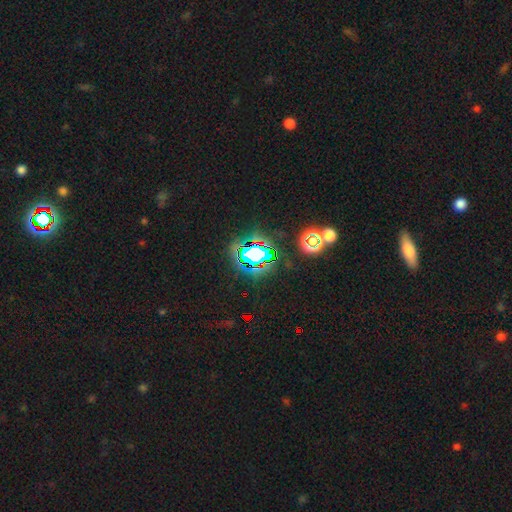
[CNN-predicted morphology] Smooth or featured? Predicted: star or artifact (p=0.76).